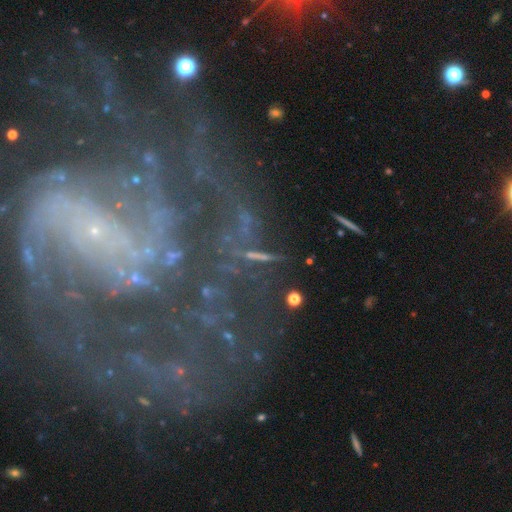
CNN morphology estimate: Smooth or featured? star or artifact (45%)